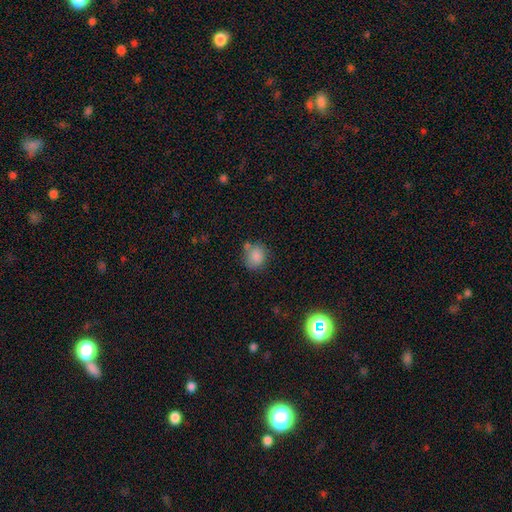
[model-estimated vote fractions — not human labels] Smooth or featured: smooth — 84% (star or artifact — 10%)
How rounded: round — 74% (in between — 25%)
Merging: none — 62% (minor disturbance — 19%)